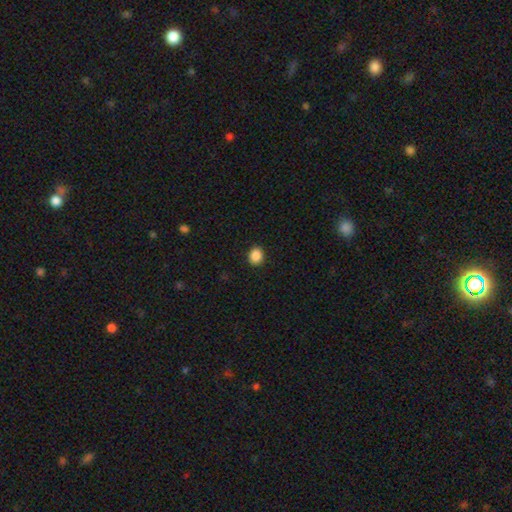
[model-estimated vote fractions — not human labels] The model was most divided on "how rounded": round: 64%, in between: 35%, cigar-shaped: 1%. More confident: merging — none (91%); smooth or featured — smooth (89%).